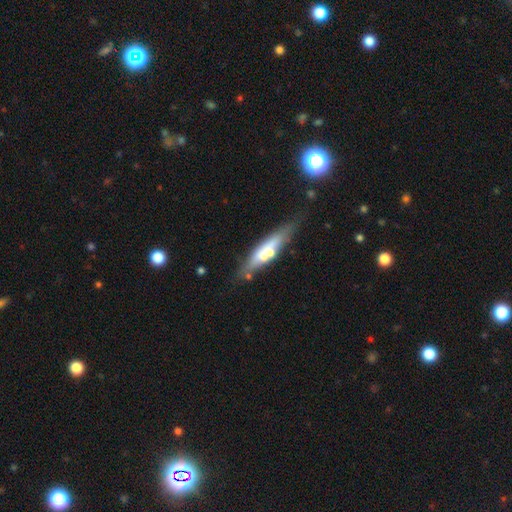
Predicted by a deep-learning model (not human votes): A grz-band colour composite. It shows a featured or disk galaxy (47%). Merging: none (64%).